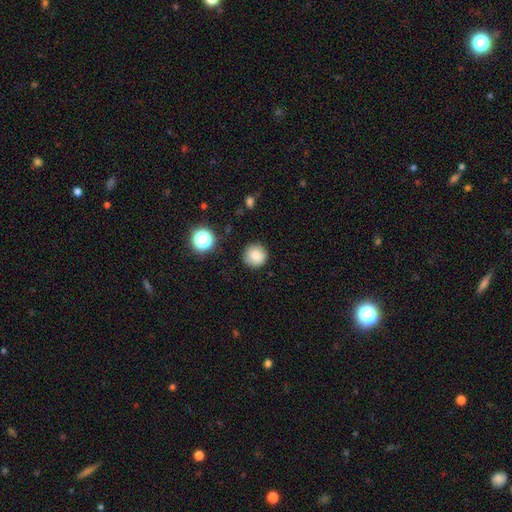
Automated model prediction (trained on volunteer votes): Smooth or featured? smooth (84%)
How rounded? round (94%)
Merging? none (88%)